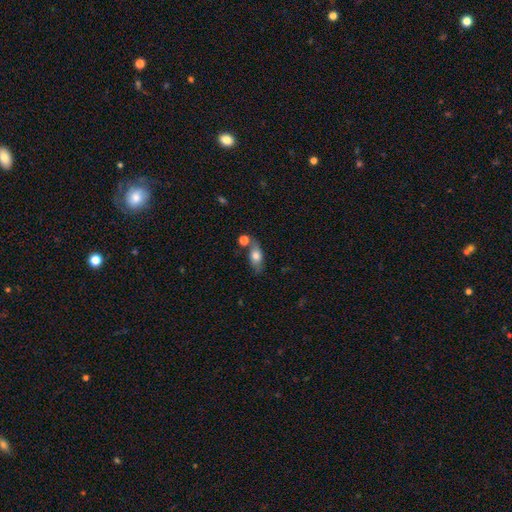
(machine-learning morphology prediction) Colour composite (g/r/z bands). It shows a smooth galaxy with no disk features (69%) that is in between round and cigar-shaped (78%). Merging: none (63%).